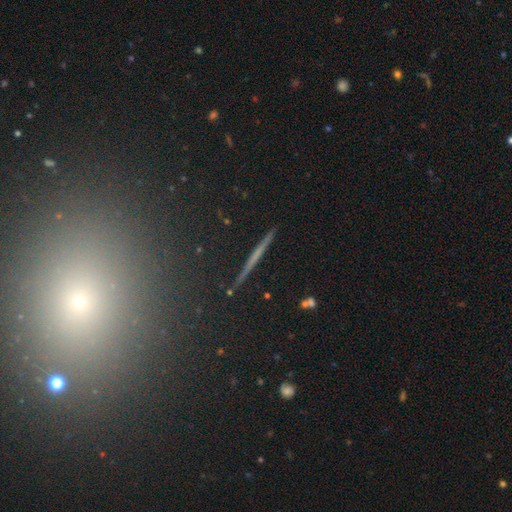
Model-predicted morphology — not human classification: Smooth or featured?
  - featured or disk: 52% *
  - smooth: 28%
  - star or artifact: 20%
Edge-on disk?
  - yes: 96% *
  - no: 4%
Merging?
  - none: 92% *
  - minor disturbance: 5%
  - merger: 1%
  - major disturbance: 1%